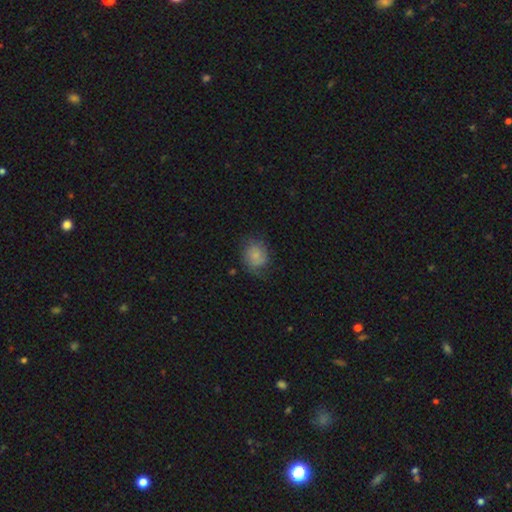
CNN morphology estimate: A smooth galaxy with no disk features (63%) that is round (69%).

Vote fractions:
- Smooth or featured? smooth: 63% / featured or disk: 28% / star or artifact: 9%
- How rounded? round: 69% / in between: 30% / cigar-shaped: 1%
- Merging? none: 57% / minor disturbance: 28% / major disturbance: 13% / merger: 2%